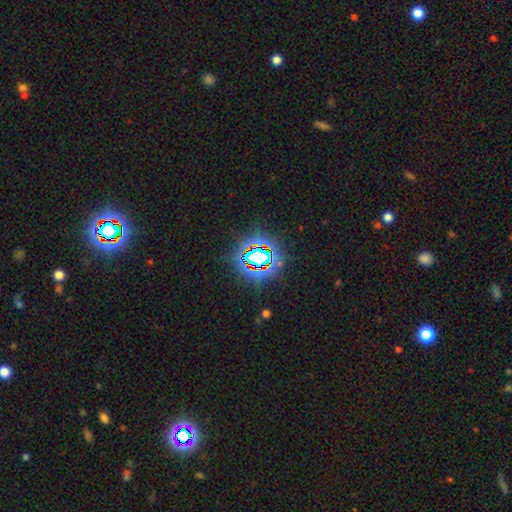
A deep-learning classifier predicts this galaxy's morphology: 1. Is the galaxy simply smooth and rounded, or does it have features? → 73% star or artifact, 16% smooth, 11% featured or disk.